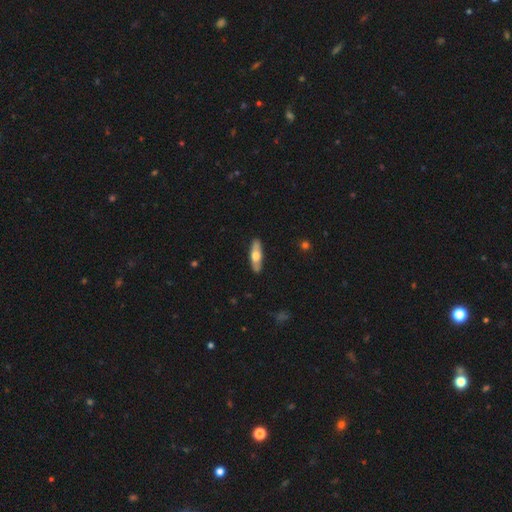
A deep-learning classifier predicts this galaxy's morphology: Overall: smooth (55%; featured or disk 40%). How rounded: cigar-shaped (54%; in between 44%). Merging: none (88%).